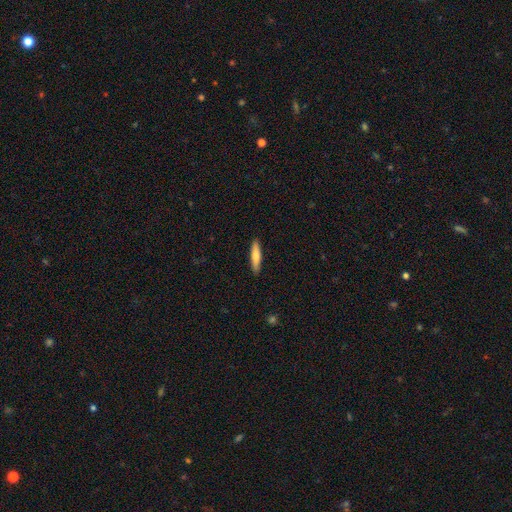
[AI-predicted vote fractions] Morphology: type=smooth (72%); roundness=cigar-shaped (83%); merging=none (90%).